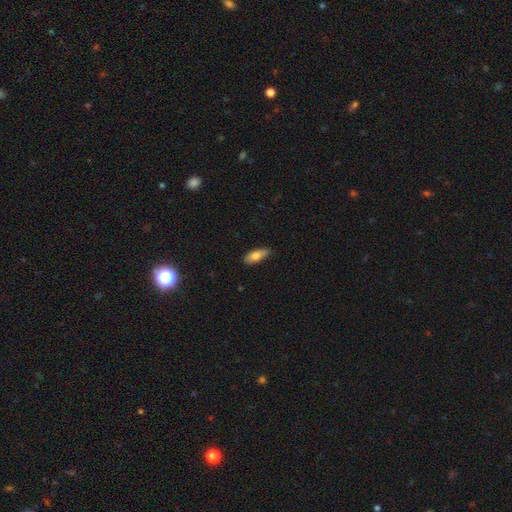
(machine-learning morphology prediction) A smooth galaxy with no disk features (74%) that is in between round and cigar-shaped (74%). Merging: none (81%).